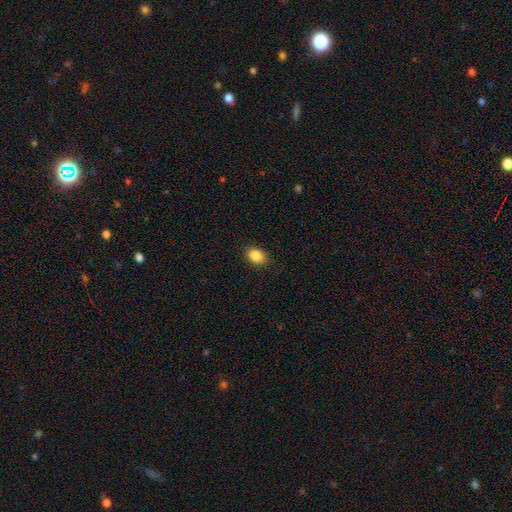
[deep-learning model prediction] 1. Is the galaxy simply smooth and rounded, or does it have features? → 87% smooth, 9% star or artifact, 4% featured or disk.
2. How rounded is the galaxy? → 75% in between, 24% round, 1% cigar-shaped.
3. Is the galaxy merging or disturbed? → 88% none, 9% minor disturbance, 2% major disturbance, 1% merger.